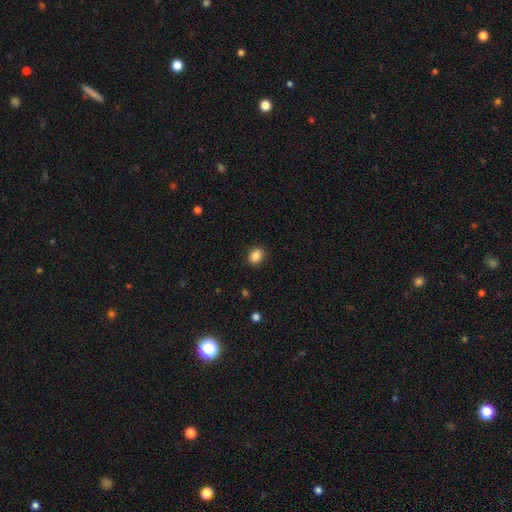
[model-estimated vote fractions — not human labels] smooth_or_featured: smooth (p=0.87) [alt: star or artifact p=0.09]
how_rounded: round (p=0.51) [alt: in between p=0.49]
merging: none (p=0.88) [alt: minor disturbance p=0.08]